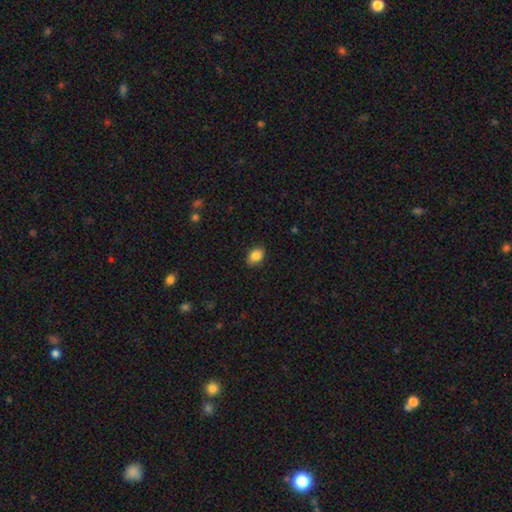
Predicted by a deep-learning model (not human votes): A smooth galaxy with no disk features (86%) that is in between round and cigar-shaped (77%). Merging: none (87%).